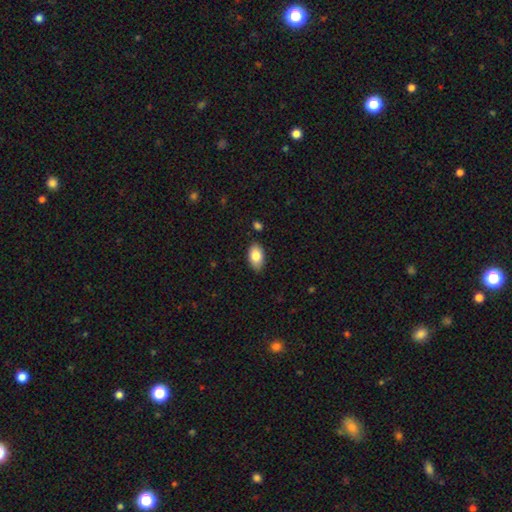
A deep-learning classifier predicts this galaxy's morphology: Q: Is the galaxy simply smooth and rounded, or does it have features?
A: smooth — 82%.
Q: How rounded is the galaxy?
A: in between — 93%.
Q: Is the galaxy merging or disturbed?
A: none — 84%.